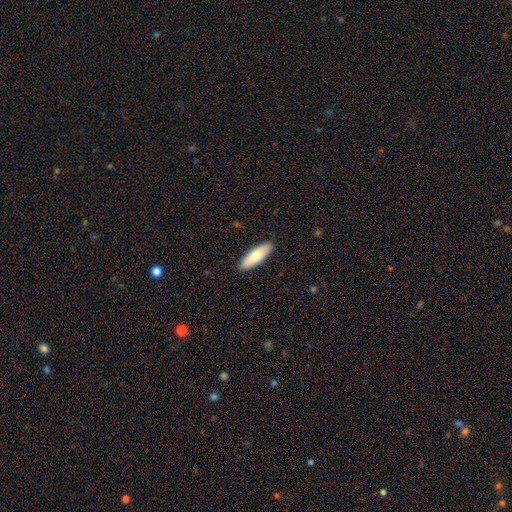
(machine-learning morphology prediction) smooth 71%, featured or disk 23%, star or artifact 5%. Down the decision tree: how rounded — in between (60%); merging — none (90%).